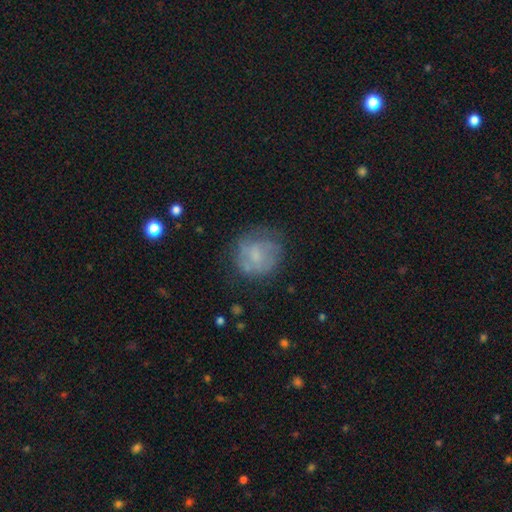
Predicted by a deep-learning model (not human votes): Smooth or featured: smooth — 48% (featured or disk — 42%)
Merging: none — 62% (minor disturbance — 22%)